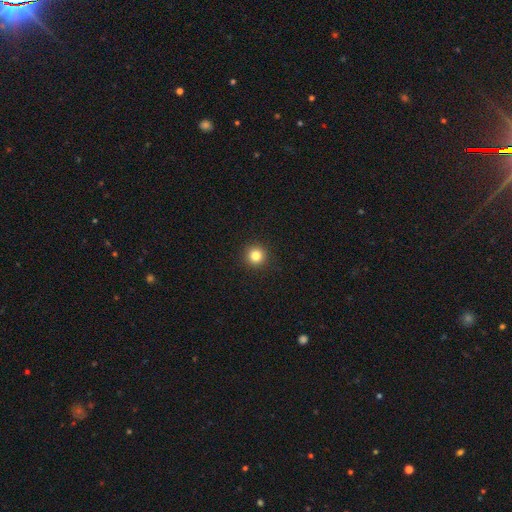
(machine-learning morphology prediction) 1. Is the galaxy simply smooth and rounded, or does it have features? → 82% smooth, 13% star or artifact, 5% featured or disk.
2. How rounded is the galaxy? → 96% round, 3% in between, 1% cigar-shaped.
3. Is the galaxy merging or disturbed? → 94% none, 4% minor disturbance, 2% major disturbance, 1% merger.